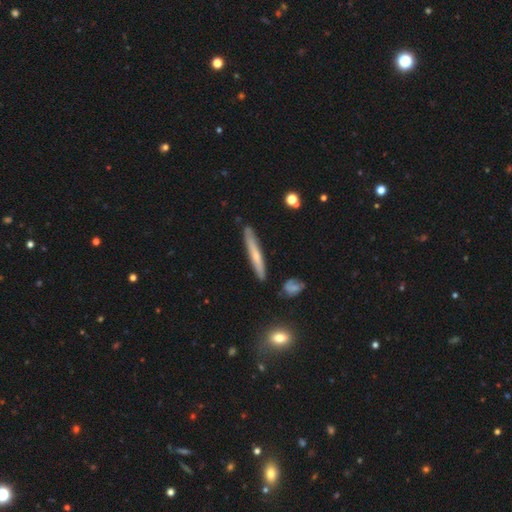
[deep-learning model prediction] Smooth or featured? Predicted: smooth (p=0.47). Merging? Predicted: none (p=0.84).